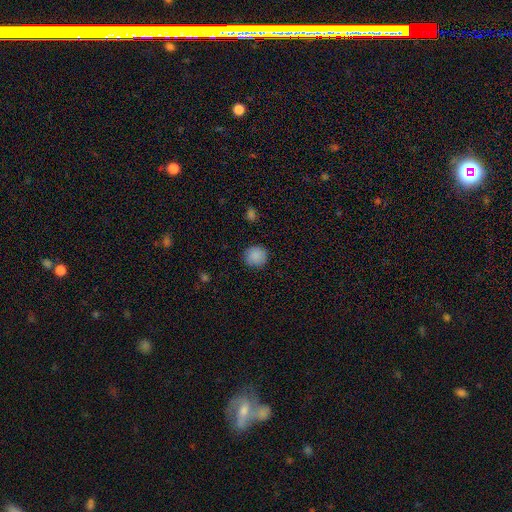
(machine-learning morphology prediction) A smooth galaxy with no disk features (88%) that is round (91%). Merging: none (88%).